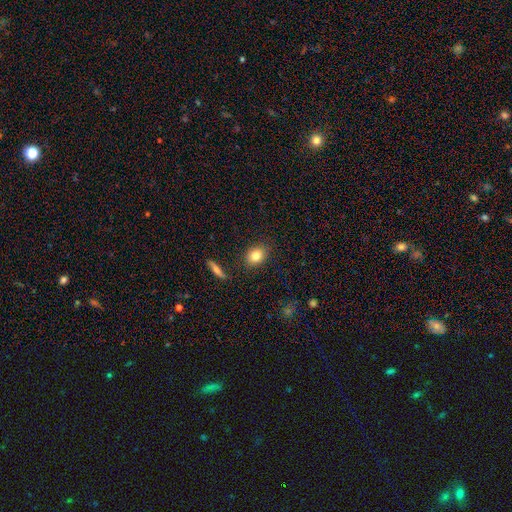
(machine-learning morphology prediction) Overall: smooth (81%). How rounded: in between (51%; round 47%). Merging: none (86%).